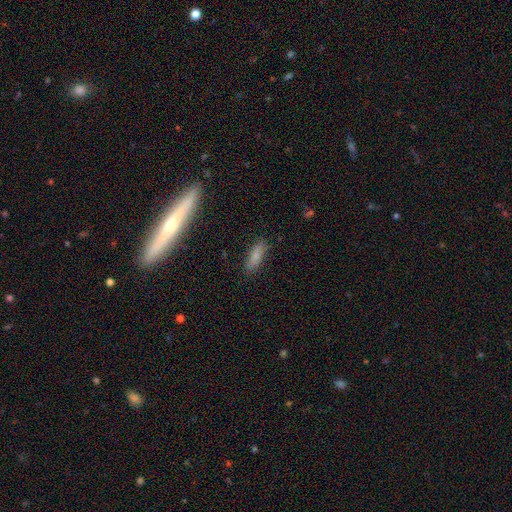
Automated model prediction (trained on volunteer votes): Overall: smooth (78%). How rounded: in between (53%; cigar-shaped 44%). Merging: none (83%).